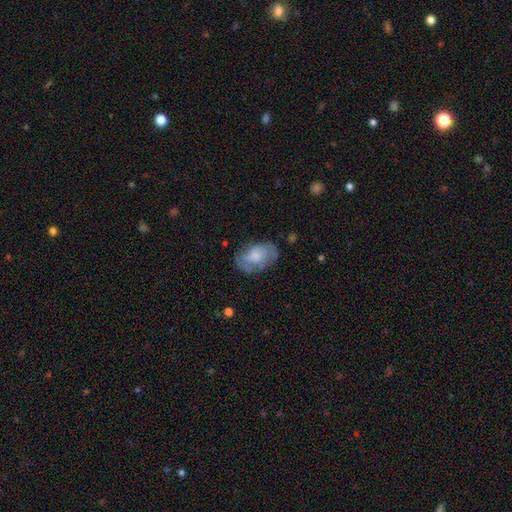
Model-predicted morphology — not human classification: A smooth galaxy with no disk features (53%) that is in between round and cigar-shaped (87%). Merging: none (60%).